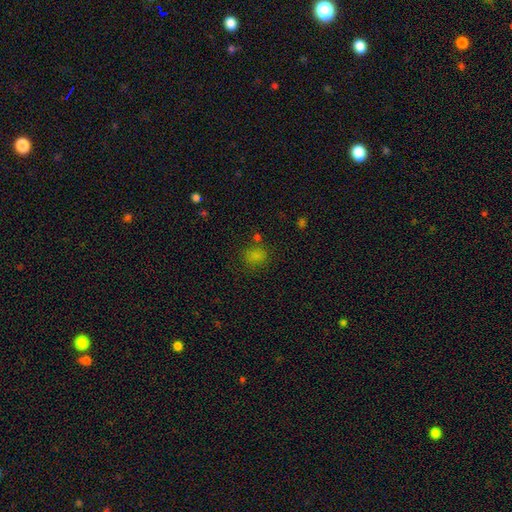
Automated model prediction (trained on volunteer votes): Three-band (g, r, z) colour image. It shows a smooth galaxy with no disk features (76%) that is round (69%). Merging: none (71%).